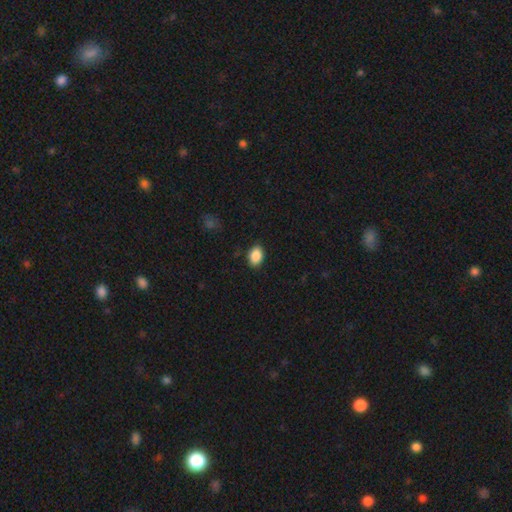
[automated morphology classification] smooth 88%, star or artifact 8%, featured or disk 4%. Down the decision tree: how rounded — in between (77%); merging — none (87%).